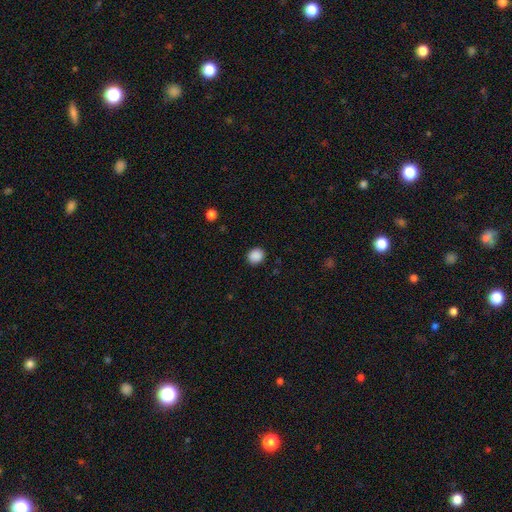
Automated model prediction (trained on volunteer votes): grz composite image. It shows a smooth galaxy with no disk features (88%) that is round (77%). Merging: none (89%).